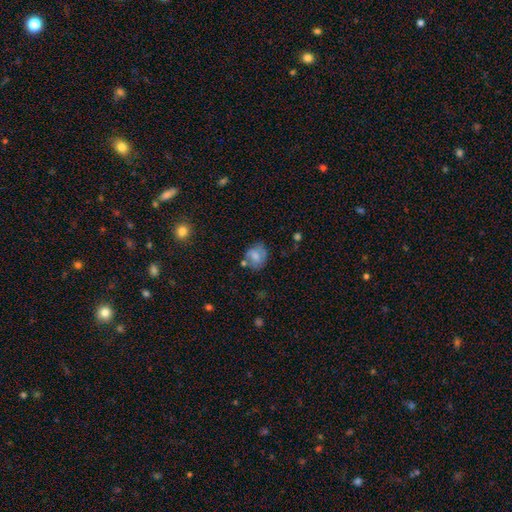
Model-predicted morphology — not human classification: Smooth or featured?
  - smooth: 58% *
  - featured or disk: 33%
  - star or artifact: 9%
How rounded?
  - round: 58% *
  - in between: 41%
  - cigar-shaped: 1%
Merging?
  - none: 58% *
  - minor disturbance: 24%
  - major disturbance: 9%
  - merger: 8%